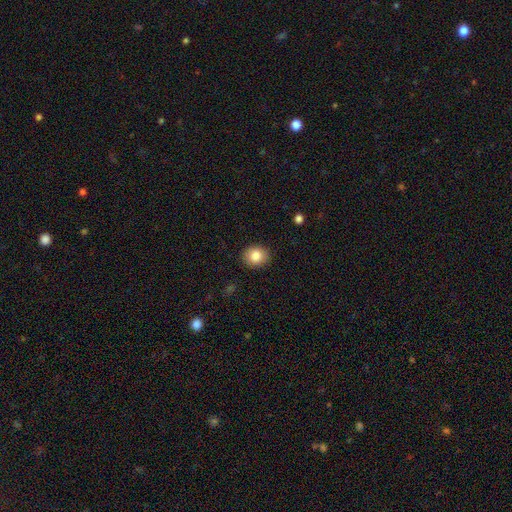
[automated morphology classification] Smooth or featured? Predicted: smooth (p=0.84). How rounded? Predicted: round (p=0.64). Merging? Predicted: none (p=0.90).